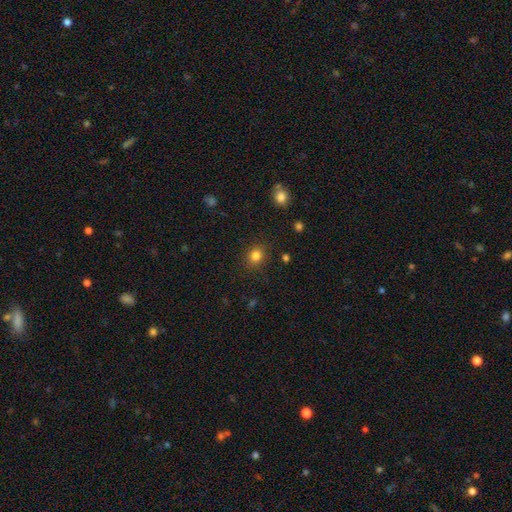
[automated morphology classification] This is clearly a smooth galaxy (82%). How rounded: likely round (79%). Merging: clearly none (88%).